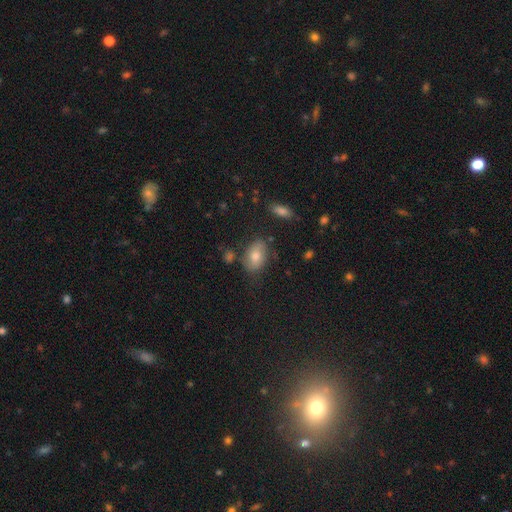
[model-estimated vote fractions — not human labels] This is likely a smooth galaxy (73%). How rounded: clearly in between (84%). Merging: likely none (74%).